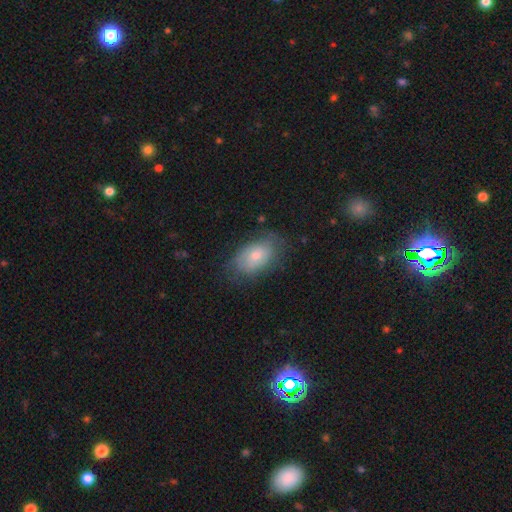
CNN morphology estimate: This is possibly a smooth galaxy (57%). How rounded: clearly in between (89%). Merging: likely none (66%).